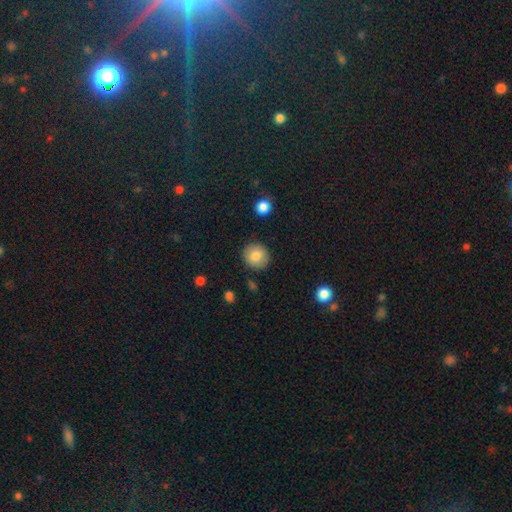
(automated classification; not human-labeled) Smooth or featured? Predicted: smooth (p=0.82). How rounded? Predicted: round (p=0.89). Merging? Predicted: none (p=0.89).